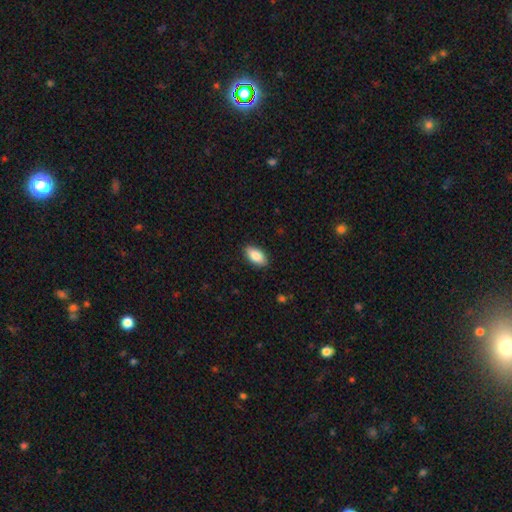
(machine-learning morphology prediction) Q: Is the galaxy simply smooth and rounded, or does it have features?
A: smooth — 86%.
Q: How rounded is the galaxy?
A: in between — 93%.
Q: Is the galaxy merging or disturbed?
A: none — 89%.